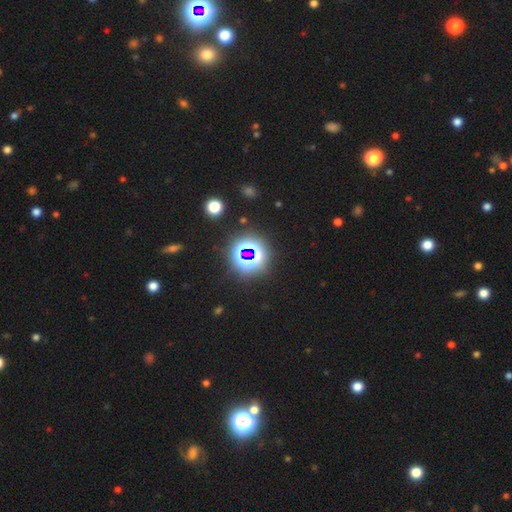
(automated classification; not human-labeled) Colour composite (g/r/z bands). It shows a star or artifact, not a galaxy (75%).